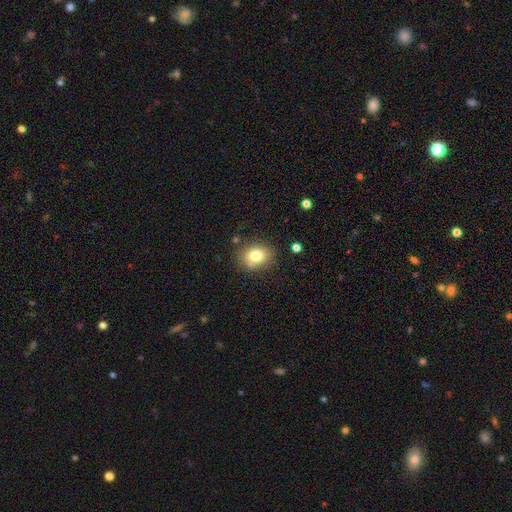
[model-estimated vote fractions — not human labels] Q: Smooth or featured?
A: smooth (78%); runner-up: featured or disk (11%)
Q: How rounded?
A: in between (50%); runner-up: round (49%)
Q: Merging?
A: none (78%); runner-up: minor disturbance (14%)